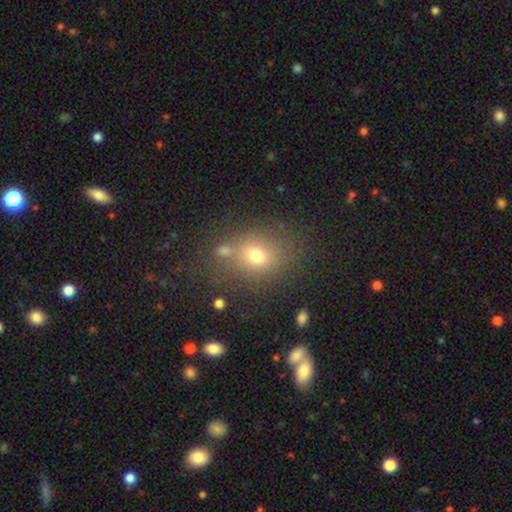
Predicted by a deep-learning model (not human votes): smooth_or_featured: smooth (p=0.69) [alt: star or artifact p=0.18]
how_rounded: round (p=0.57) [alt: in between p=0.42]
merging: none (p=0.69) [alt: minor disturbance p=0.13]